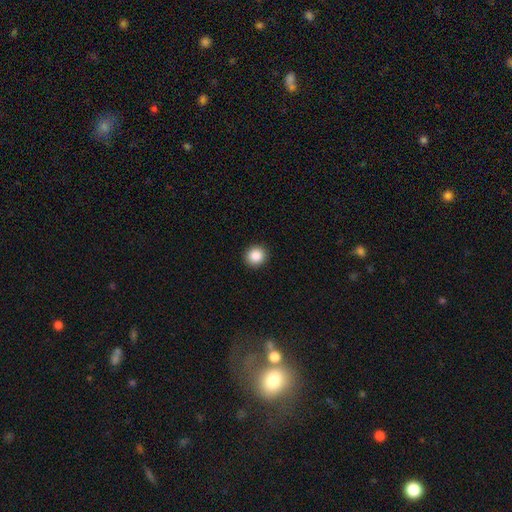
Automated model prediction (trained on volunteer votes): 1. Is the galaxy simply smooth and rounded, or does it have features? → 88% smooth, 9% star or artifact, 3% featured or disk.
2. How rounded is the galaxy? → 92% round, 7% in between, 1% cigar-shaped.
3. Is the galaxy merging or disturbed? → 93% none, 5% minor disturbance, 2% major disturbance, 1% merger.